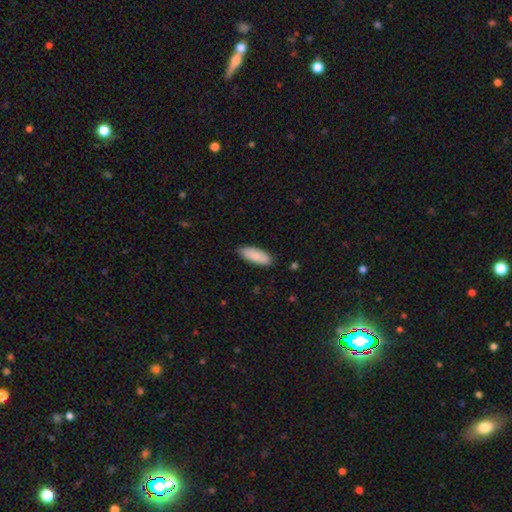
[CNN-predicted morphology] Q: Smooth or featured?
A: smooth (89%); runner-up: featured or disk (6%)
Q: How rounded?
A: in between (74%); runner-up: cigar-shaped (24%)
Q: Merging?
A: none (86%); runner-up: minor disturbance (11%)